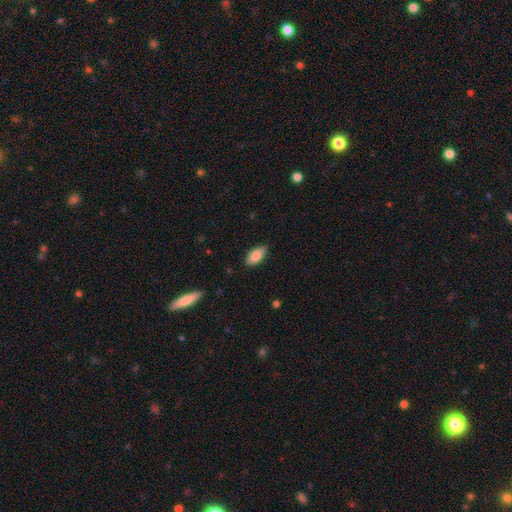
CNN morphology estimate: Smooth or featured: smooth — 82% (featured or disk — 12%)
How rounded: in between — 90% (cigar-shaped — 8%)
Merging: none — 87% (minor disturbance — 10%)